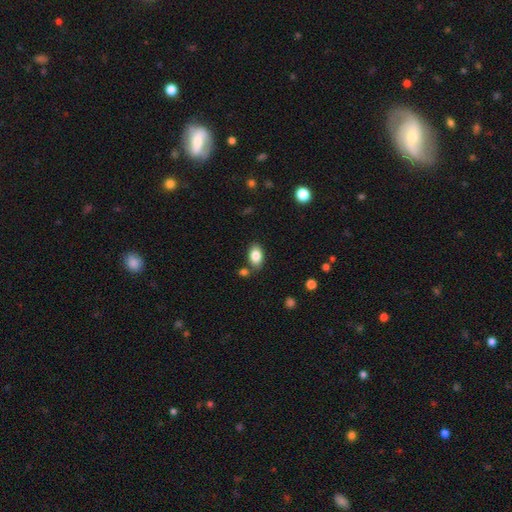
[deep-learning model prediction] smooth-or-featured: smooth: 84% | featured or disk: 8% | star or artifact: 8%
  how-rounded: in between: 90% | round: 9% | cigar-shaped: 2%
  merging: none: 79% | minor disturbance: 11% | merger: 7% | major disturbance: 3%